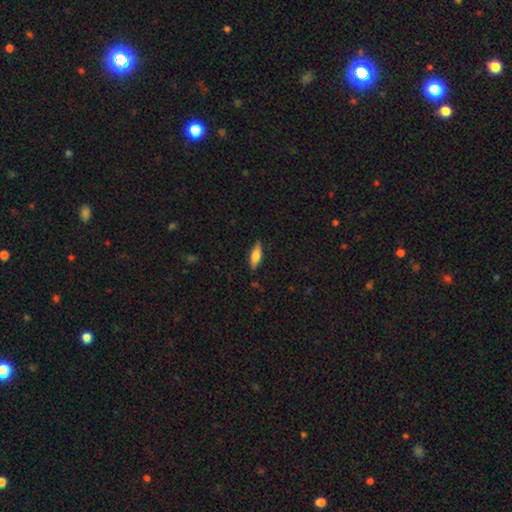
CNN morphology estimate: Smooth or featured? smooth (68%)
How rounded? in between (56%)
Merging? none (86%)